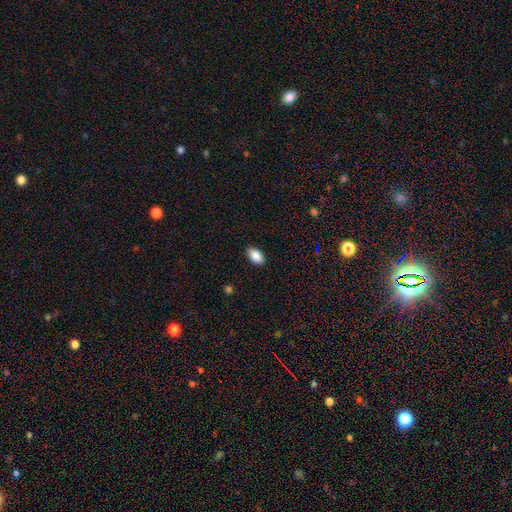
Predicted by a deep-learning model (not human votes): A smooth galaxy with no disk features (88%) that is in between round and cigar-shaped (93%).

Vote fractions:
- Smooth or featured? smooth: 88% / star or artifact: 7% / featured or disk: 4%
- How rounded? in between: 93% / round: 5% / cigar-shaped: 2%
- Merging? none: 88% / minor disturbance: 9% / major disturbance: 2% / merger: 1%